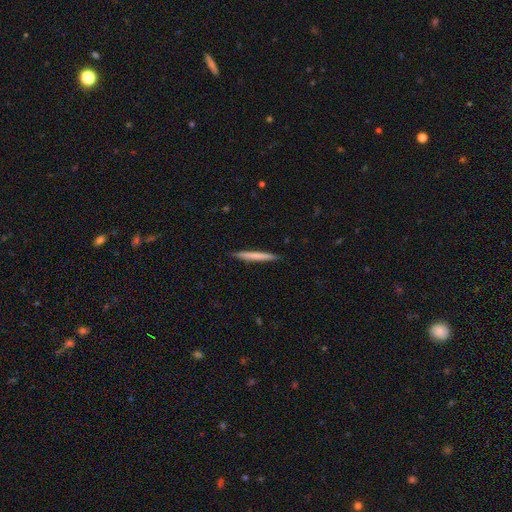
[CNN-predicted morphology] Smooth or featured?
  - smooth: 65% *
  - featured or disk: 30%
  - star or artifact: 5%
How rounded?
  - cigar-shaped: 97% *
  - in between: 2%
  - round: 1%
Merging?
  - none: 91% *
  - minor disturbance: 6%
  - major disturbance: 1%
  - merger: 1%